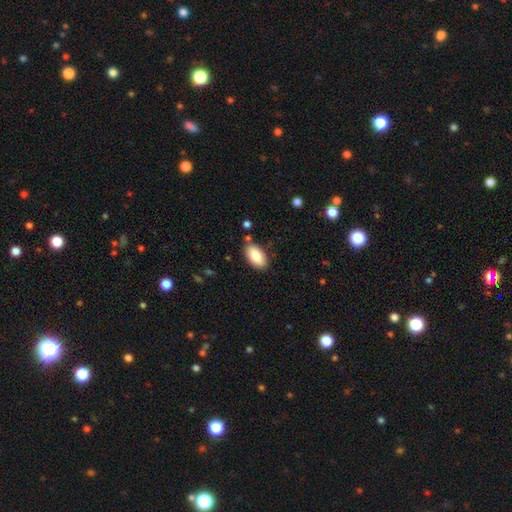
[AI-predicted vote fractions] This appears to be a smooth galaxy with no disk features (84%) that is in between round and cigar-shaped (94%). Merging: none (83%).